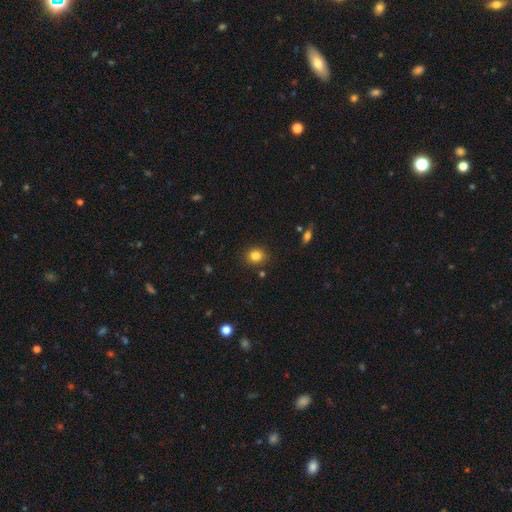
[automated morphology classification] smooth_or_featured: smooth (p=0.83) [alt: star or artifact p=0.11]
how_rounded: round (p=0.77) [alt: in between p=0.22]
merging: none (p=0.88) [alt: minor disturbance p=0.08]